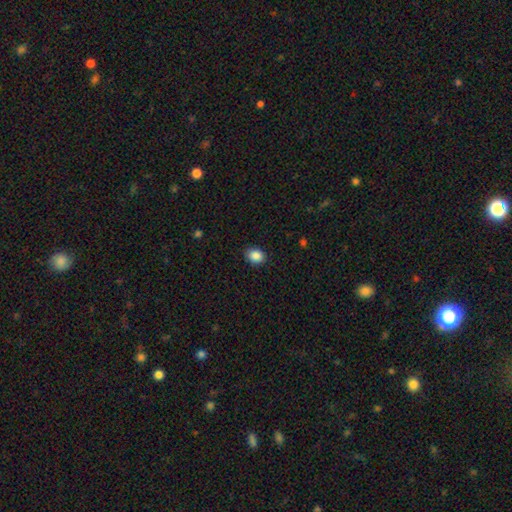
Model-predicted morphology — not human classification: This appears to be a smooth galaxy with no disk features (88%) that is in between round and cigar-shaped (56%). Merging: none (88%).